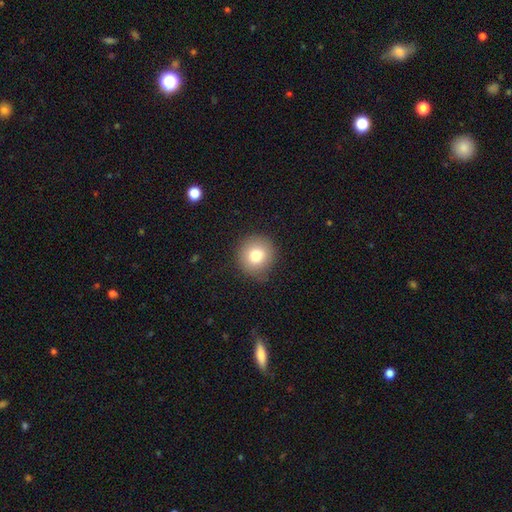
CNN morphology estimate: A smooth galaxy with no disk features (79%) that is round (92%).

Vote fractions:
- Smooth or featured? smooth: 79% / featured or disk: 11% / star or artifact: 10%
- How rounded? round: 92% / in between: 7% / cigar-shaped: 1%
- Merging? none: 86% / minor disturbance: 10% / major disturbance: 3% / merger: 1%